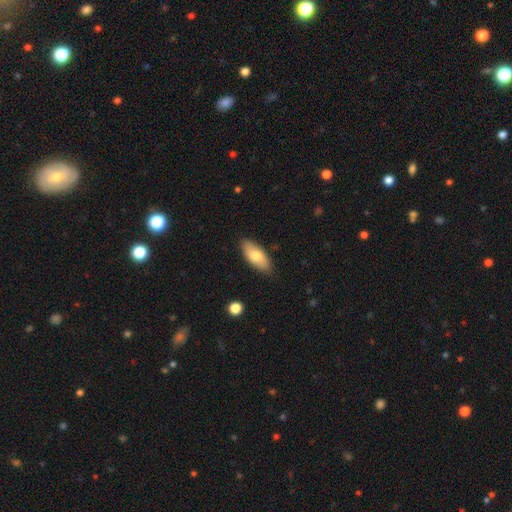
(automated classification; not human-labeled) smooth_or_featured: smooth (p=0.75) [alt: featured or disk p=0.19]
how_rounded: in between (p=0.85) [alt: cigar-shaped p=0.12]
merging: none (p=0.85) [alt: minor disturbance p=0.11]